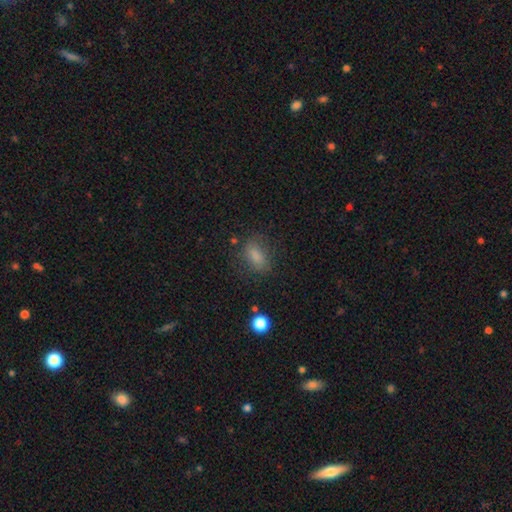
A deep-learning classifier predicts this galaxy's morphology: Overall: smooth (76%). How rounded: in between (77%). Merging: none (78%).